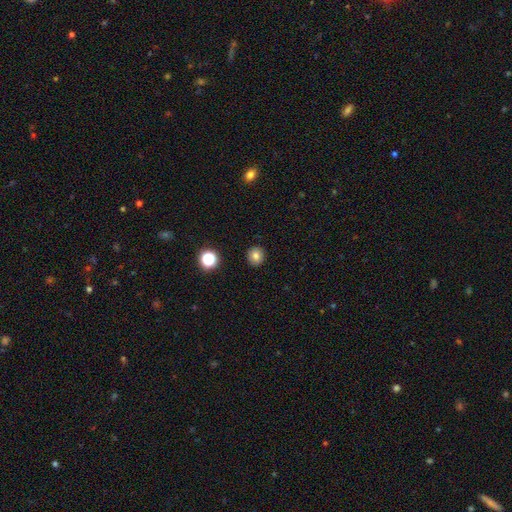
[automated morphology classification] A smooth galaxy with no disk features (79%) that is round (88%). Merging: none (91%).